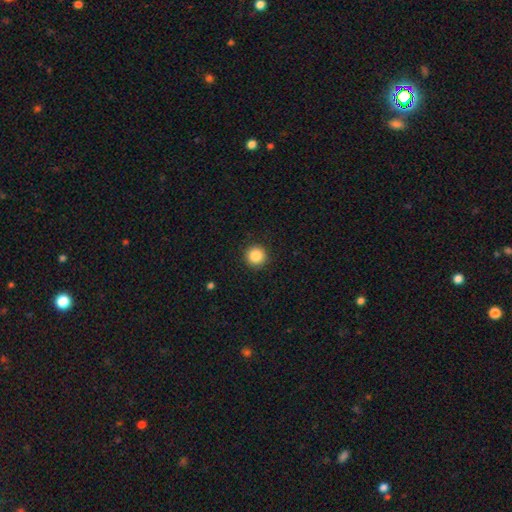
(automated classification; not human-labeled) Morphology: type=smooth (87%); roundness=round (95%); merging=none (92%).